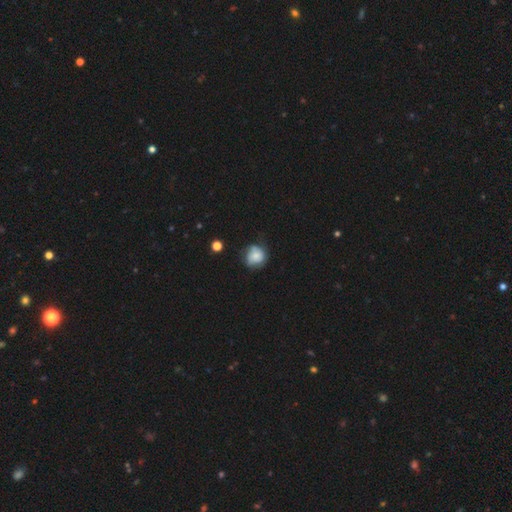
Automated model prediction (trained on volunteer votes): Smooth or featured? Predicted: smooth (p=0.66). How rounded? Predicted: round (p=0.80). Merging? Predicted: none (p=0.57).